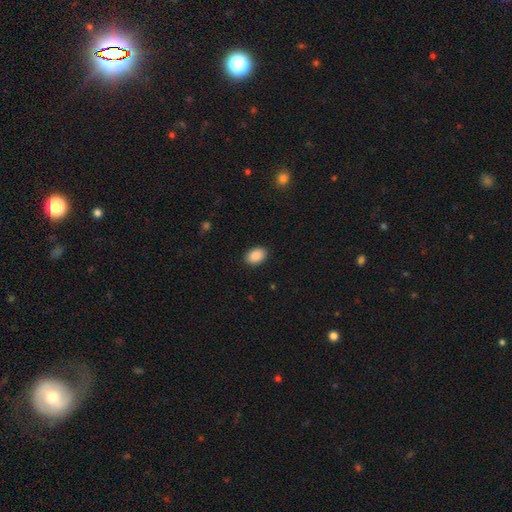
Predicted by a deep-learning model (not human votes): smooth-or-featured: smooth: 90% | star or artifact: 7% | featured or disk: 3%
  how-rounded: in between: 83% | round: 16% | cigar-shaped: 1%
  merging: none: 90% | minor disturbance: 7% | major disturbance: 2% | merger: 1%